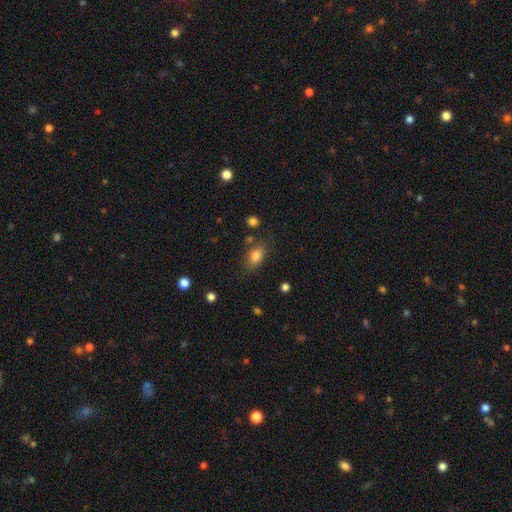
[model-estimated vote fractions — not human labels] Overall: smooth (81%). How rounded: in between (85%). Merging: none (75%).